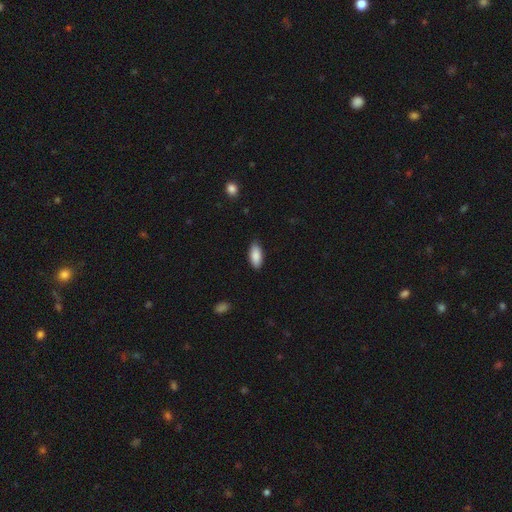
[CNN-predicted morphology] Q: Smooth or featured?
A: smooth (88%); runner-up: featured or disk (6%)
Q: How rounded?
A: in between (87%); runner-up: cigar-shaped (11%)
Q: Merging?
A: none (85%); runner-up: minor disturbance (12%)